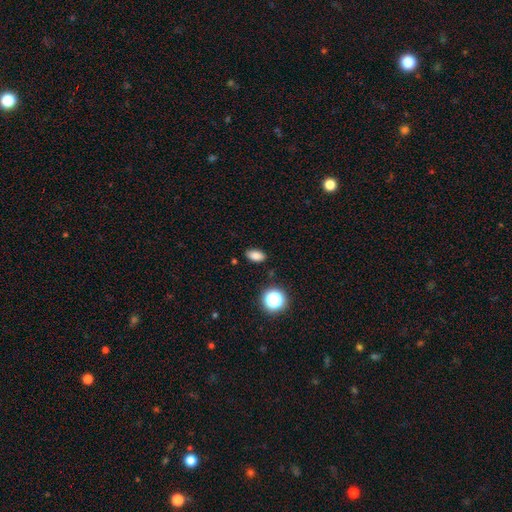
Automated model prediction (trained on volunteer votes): Overall: smooth (82%). How rounded: in between (86%). Merging: none (87%).